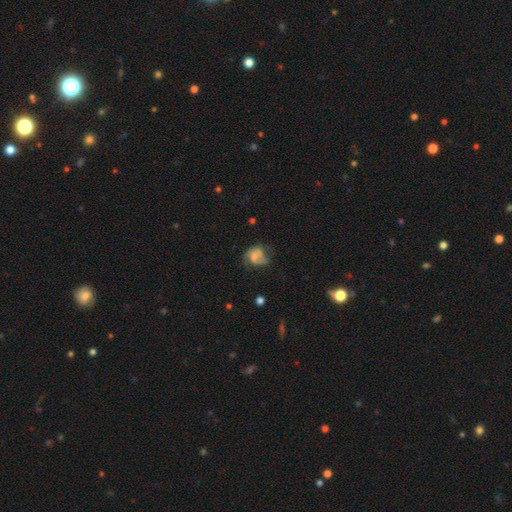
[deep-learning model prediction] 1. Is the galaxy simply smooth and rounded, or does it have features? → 50% smooth, 40% featured or disk, 11% star or artifact.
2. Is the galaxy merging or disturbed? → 34% none, 32% major disturbance, 28% minor disturbance, 6% merger.